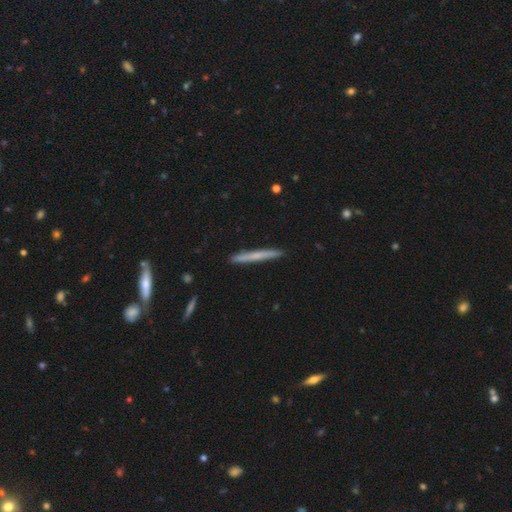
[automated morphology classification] This appears to be a smooth galaxy with no disk features (57%) that is cigar-shaped (97%). Merging: none (91%).